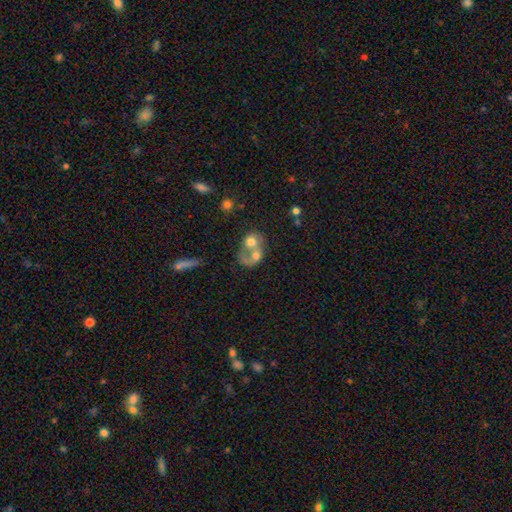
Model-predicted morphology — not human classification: Smooth or featured? Predicted: smooth (p=0.51). How rounded? Predicted: round (p=0.54). Merging? Predicted: merger (p=0.75).